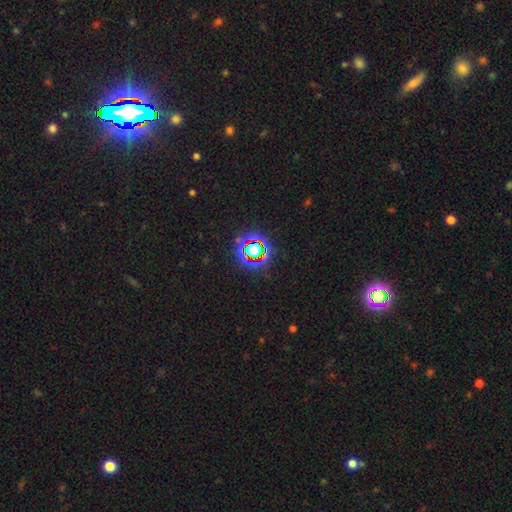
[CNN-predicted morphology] A star or artifact, not a galaxy (78%).